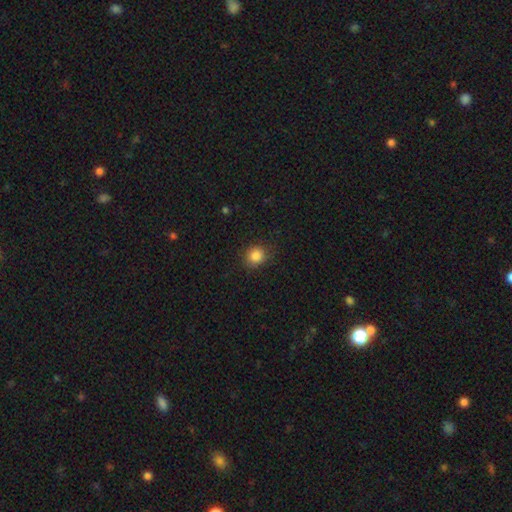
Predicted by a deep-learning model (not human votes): smooth 86%, star or artifact 10%, featured or disk 4%. Down the decision tree: how rounded — round (80%); merging — none (85%).